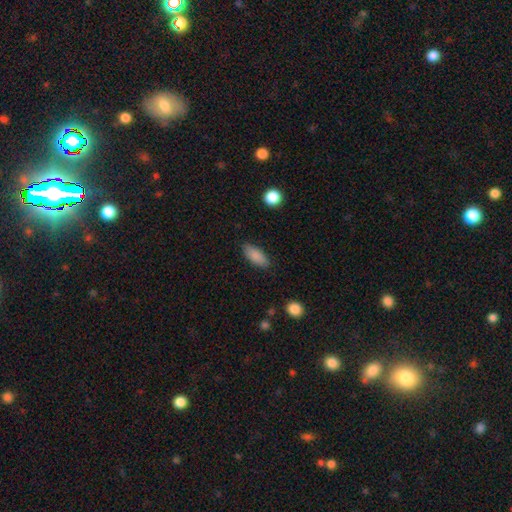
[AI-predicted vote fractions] Morphology: type=smooth (87%); roundness=in between (80%); merging=none (83%).